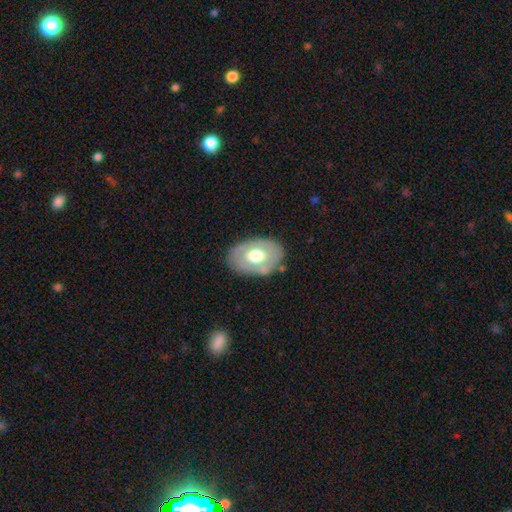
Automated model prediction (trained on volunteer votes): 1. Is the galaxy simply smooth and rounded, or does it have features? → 47% smooth (tied), 47% featured or disk (tied), 6% star or artifact.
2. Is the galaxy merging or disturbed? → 78% none, 15% minor disturbance, 5% major disturbance, 2% merger.